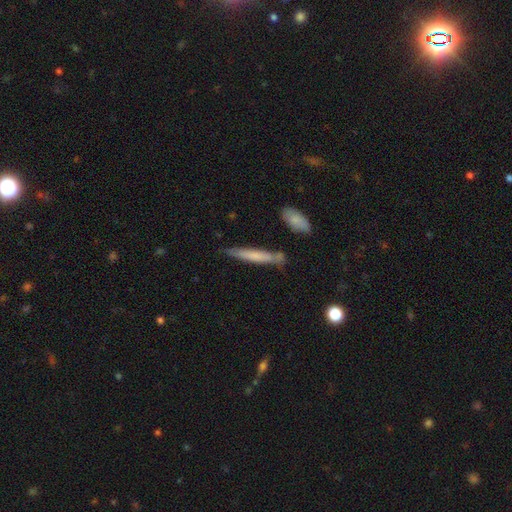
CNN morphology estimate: This appears to be a smooth galaxy with no disk features (61%) that is cigar-shaped (93%). Merging: none (75%).